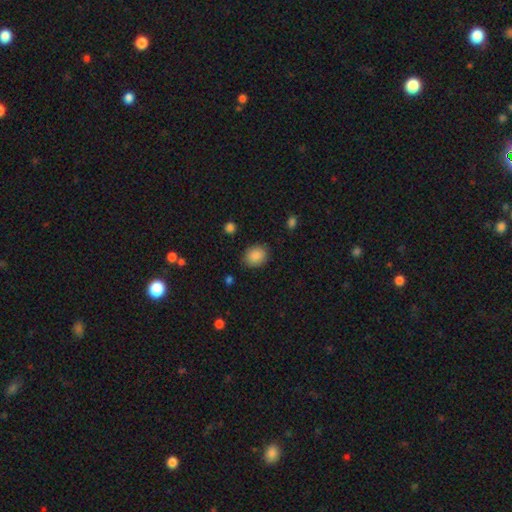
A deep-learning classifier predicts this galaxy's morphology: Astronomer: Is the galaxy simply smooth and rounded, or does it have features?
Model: smooth — 88%.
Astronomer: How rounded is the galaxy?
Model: round — 53% (runner-up: in between, 46%).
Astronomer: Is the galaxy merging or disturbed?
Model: none — 86%.